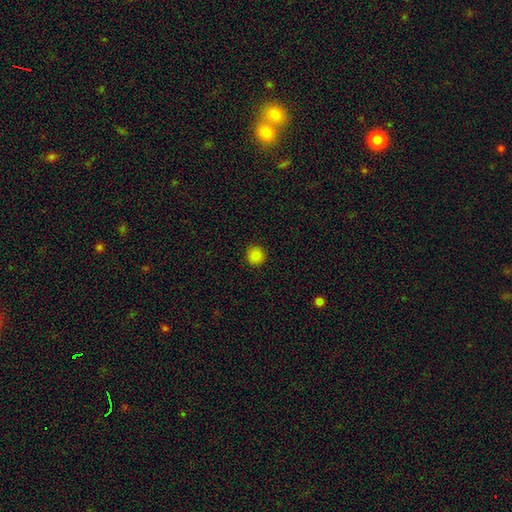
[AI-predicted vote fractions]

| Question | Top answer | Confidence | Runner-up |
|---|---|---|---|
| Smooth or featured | smooth | 86% | star or artifact (11%) |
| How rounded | round | 94% | in between (5%) |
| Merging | none | 92% | minor disturbance (5%) |